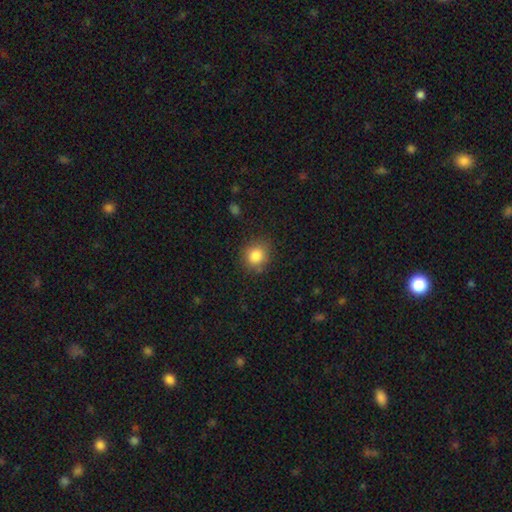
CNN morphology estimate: smooth 84%, star or artifact 10%, featured or disk 6%. Down the decision tree: how rounded — round (79%); merging — none (82%).